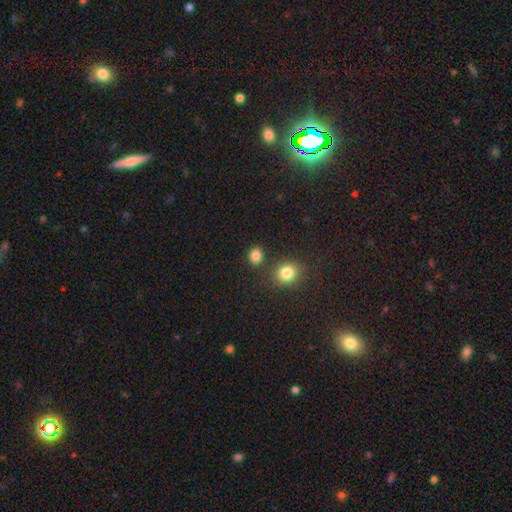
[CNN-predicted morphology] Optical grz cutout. It shows a smooth galaxy with no disk features (84%) that is round (56%). Merging: none (79%).